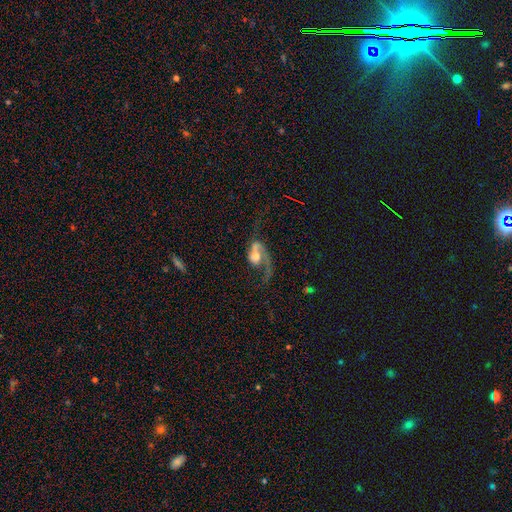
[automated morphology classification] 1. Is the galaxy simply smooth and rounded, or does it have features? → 71% featured or disk, 21% smooth, 8% star or artifact.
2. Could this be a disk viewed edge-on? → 96% no, 4% yes.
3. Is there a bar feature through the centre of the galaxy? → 66% no, 26% weak, 8% strong.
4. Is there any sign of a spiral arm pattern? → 85% yes, 15% no.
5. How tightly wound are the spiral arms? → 67% loose, 26% medium, 7% tight.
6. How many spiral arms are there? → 55% 1, 39% 2, 4% can't tell, 1% 3, 1% 4, 1% more than 4.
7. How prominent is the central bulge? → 48% moderate, 27% large, 15% small, 6% none, 5% dominant.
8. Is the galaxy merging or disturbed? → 46% major disturbance, 28% none, 15% minor disturbance, 10% merger.